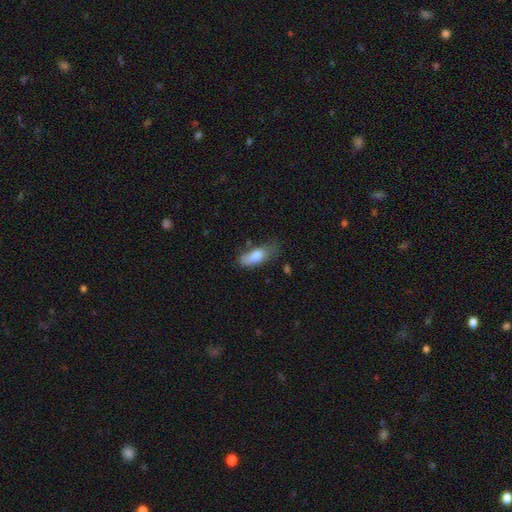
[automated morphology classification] Smooth or featured? Predicted: smooth (p=0.79). How rounded? Predicted: in between (p=0.77). Merging? Predicted: none (p=0.39).